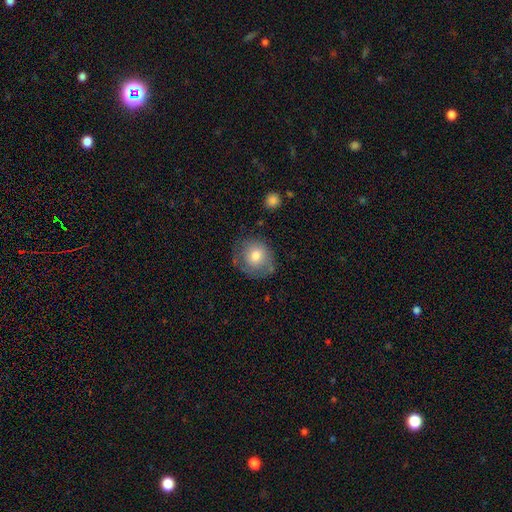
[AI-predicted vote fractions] A smooth galaxy with no disk features (73%) that is round (83%). Merging: none (68%).